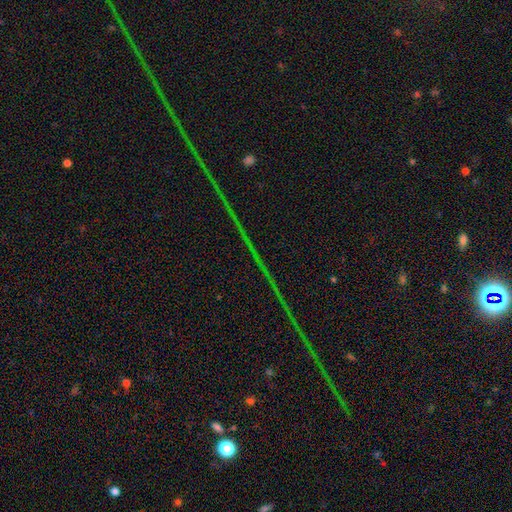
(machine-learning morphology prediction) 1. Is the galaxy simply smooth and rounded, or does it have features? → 82% star or artifact, 10% featured or disk, 8% smooth.